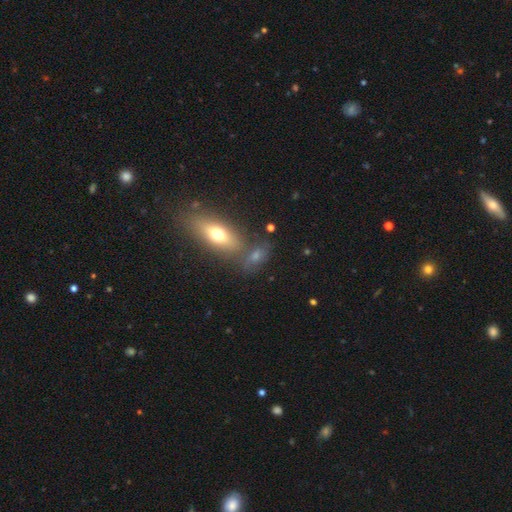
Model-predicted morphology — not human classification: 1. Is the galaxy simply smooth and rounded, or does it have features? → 54% smooth, 30% featured or disk, 16% star or artifact.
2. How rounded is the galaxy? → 61% in between, 27% cigar-shaped, 13% round.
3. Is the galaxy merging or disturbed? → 60% none, 24% merger, 12% minor disturbance, 5% major disturbance.